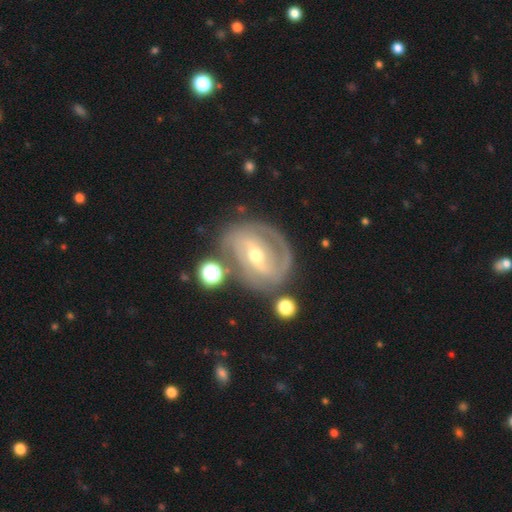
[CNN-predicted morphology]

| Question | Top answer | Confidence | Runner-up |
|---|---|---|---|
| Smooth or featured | featured or disk | 86% | smooth (8%) |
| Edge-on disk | no | 96% | yes (4%) |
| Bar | strong | 47% | weak (37%) |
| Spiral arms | yes | 91% | no (9%) |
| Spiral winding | tight | 53% | medium (37%) |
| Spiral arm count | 2 | 67% | can't tell (14%) |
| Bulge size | moderate | 56% | small (41%) |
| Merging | none | 71% | minor disturbance (17%) |